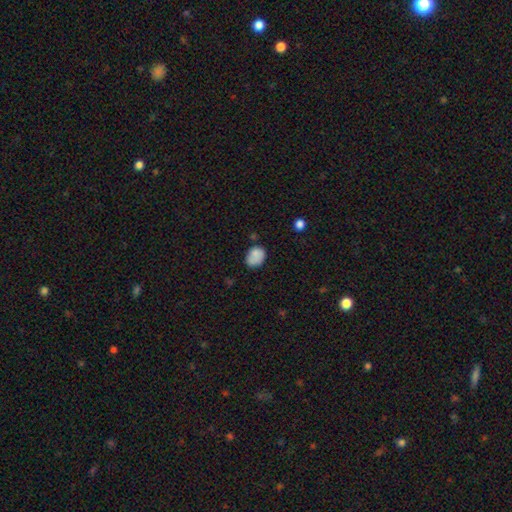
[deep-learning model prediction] smooth 80%, featured or disk 12%, star or artifact 9%. Down the decision tree: how rounded — in between (62%); merging — none (57%).